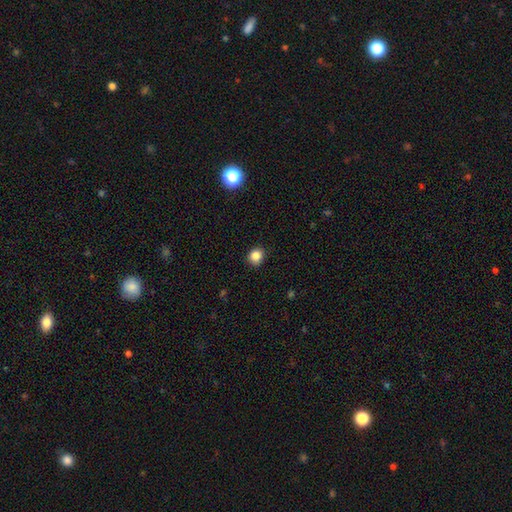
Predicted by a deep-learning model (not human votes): Smooth or featured: smooth — 85% (star or artifact — 11%)
How rounded: round — 77% (in between — 22%)
Merging: none — 88% (minor disturbance — 9%)